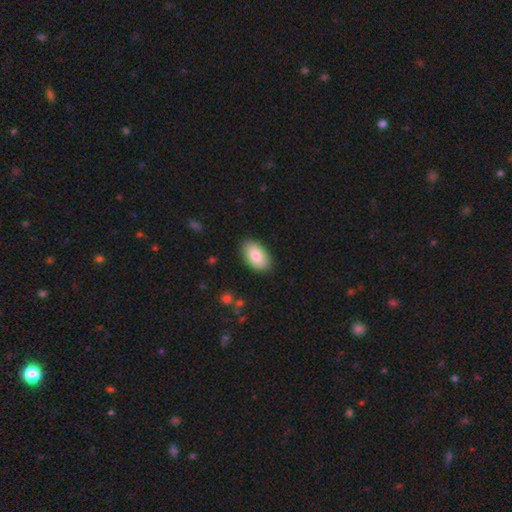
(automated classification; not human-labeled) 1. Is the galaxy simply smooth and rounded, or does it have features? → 84% smooth, 10% featured or disk, 6% star or artifact.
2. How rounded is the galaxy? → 95% in between, 4% round, 2% cigar-shaped.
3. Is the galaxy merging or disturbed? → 88% none, 9% minor disturbance, 2% major disturbance, 1% merger.